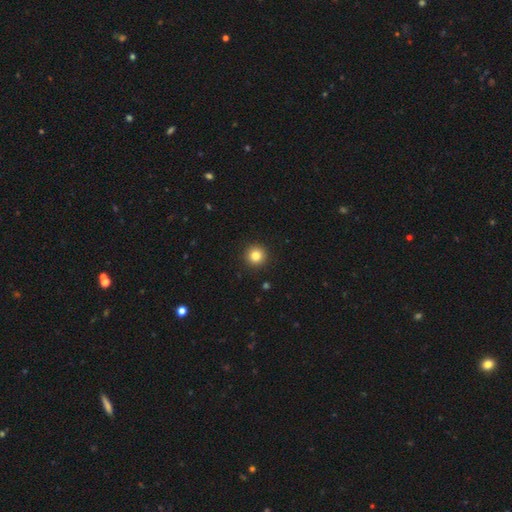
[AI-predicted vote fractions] Morphology: type=smooth (83%); roundness=round (96%); merging=none (93%).